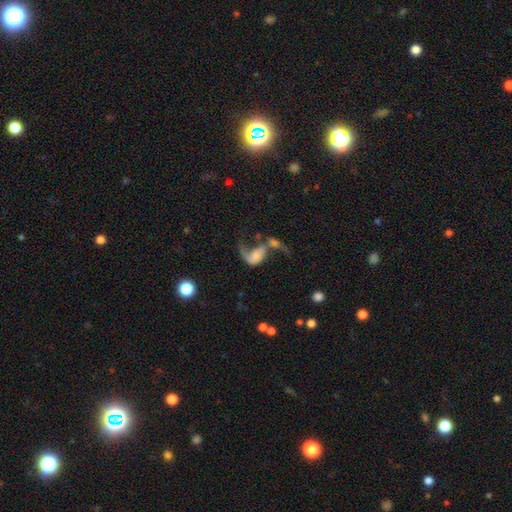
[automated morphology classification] Q: Smooth or featured?
A: featured or disk (60%); runner-up: smooth (30%)
Q: Edge-on disk?
A: no (96%); runner-up: yes (4%)
Q: Bar?
A: no (67%); runner-up: weak (25%)
Q: Spiral arms?
A: yes (75%); runner-up: no (25%)
Q: Bulge size?
A: small (30%); runner-up: none (27%)
Q: Merging?
A: merger (49%); runner-up: major disturbance (28%)